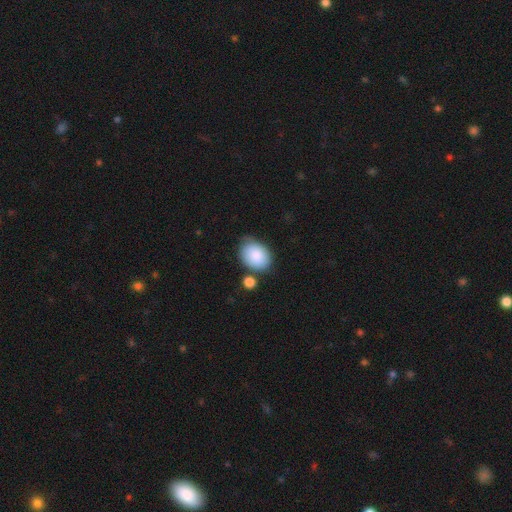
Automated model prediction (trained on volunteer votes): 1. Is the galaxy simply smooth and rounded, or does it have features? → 88% smooth, 6% featured or disk, 6% star or artifact.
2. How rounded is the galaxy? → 73% in between, 26% round, 1% cigar-shaped.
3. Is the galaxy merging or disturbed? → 59% none, 22% minor disturbance, 13% merger, 6% major disturbance.